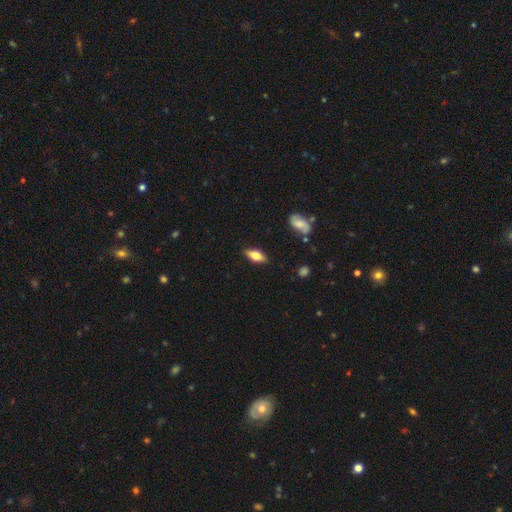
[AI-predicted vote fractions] A smooth galaxy with no disk features (60%) that is in between round and cigar-shaped (77%). Merging: none (85%).